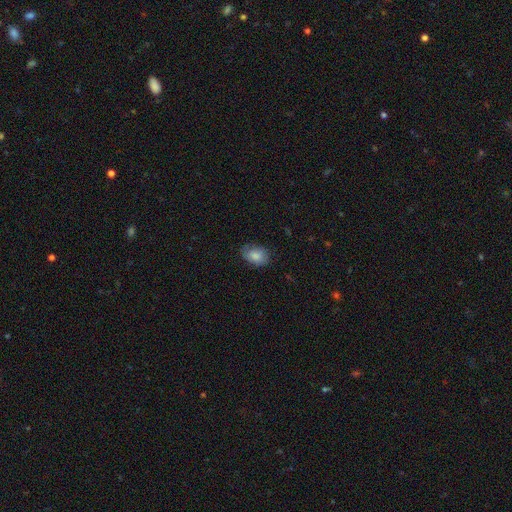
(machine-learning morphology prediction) Q: Smooth or featured?
A: smooth (78%); runner-up: featured or disk (14%)
Q: How rounded?
A: in between (85%); runner-up: round (14%)
Q: Merging?
A: none (71%); runner-up: minor disturbance (23%)